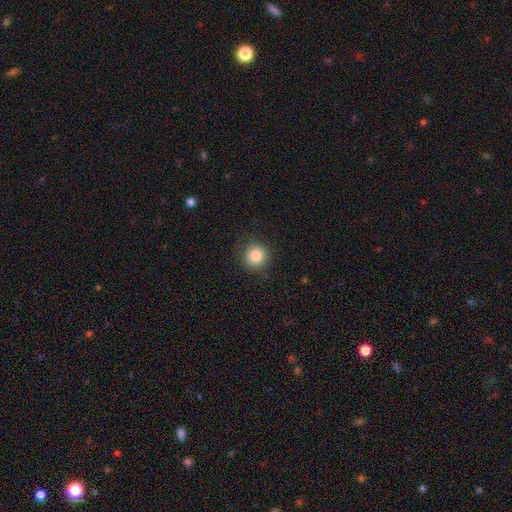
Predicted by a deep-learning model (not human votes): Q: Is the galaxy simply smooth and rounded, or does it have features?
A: smooth — 85%.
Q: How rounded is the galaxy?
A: round — 93%.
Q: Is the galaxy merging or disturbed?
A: none — 88%.